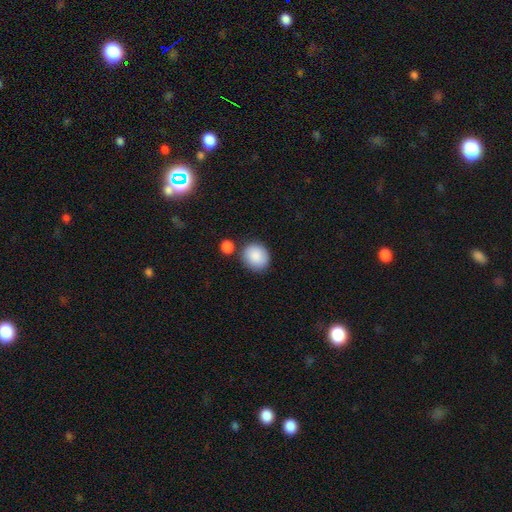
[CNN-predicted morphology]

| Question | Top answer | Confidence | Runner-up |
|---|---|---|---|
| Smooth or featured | smooth | 89% | star or artifact (7%) |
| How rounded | round | 72% | in between (27%) |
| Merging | none | 75% | minor disturbance (12%) |